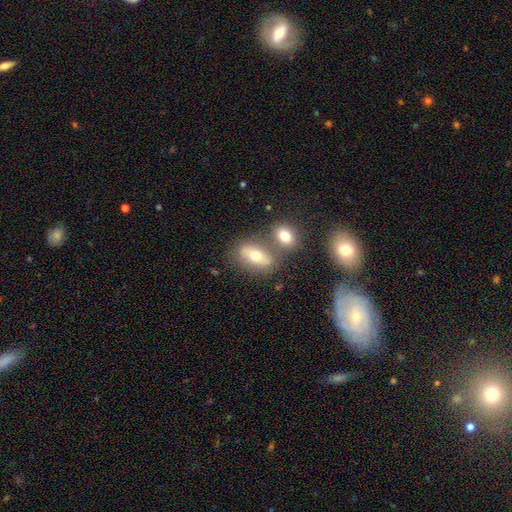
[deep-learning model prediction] smooth_or_featured: smooth (p=0.61) [alt: featured or disk p=0.29]
how_rounded: in between (p=0.78) [alt: round p=0.13]
merging: none (p=0.58) [alt: merger p=0.26]